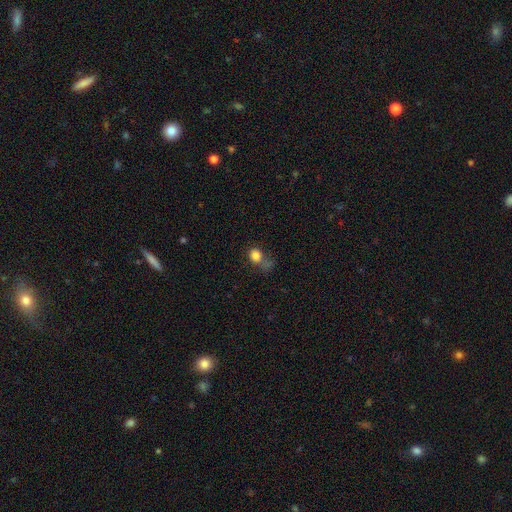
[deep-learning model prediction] Smooth or featured? Predicted: smooth (p=0.82). How rounded? Predicted: round (p=0.65). Merging? Predicted: none (p=0.44).